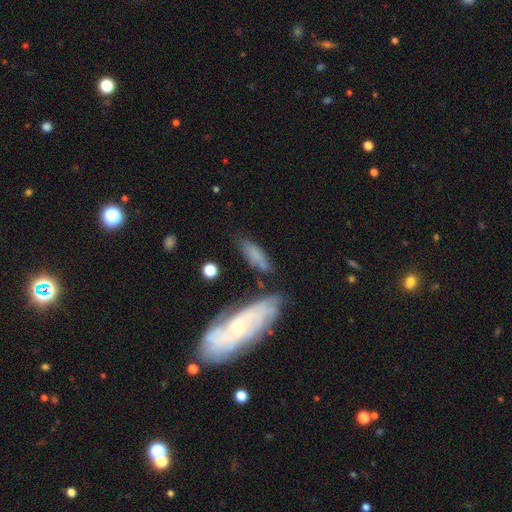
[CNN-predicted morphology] Smooth or featured?
  - smooth: 59% *
  - featured or disk: 33%
  - star or artifact: 8%
How rounded?
  - in between: 52% *
  - cigar-shaped: 45%
  - round: 4%
Merging?
  - none: 56% *
  - minor disturbance: 22%
  - merger: 12%
  - major disturbance: 9%